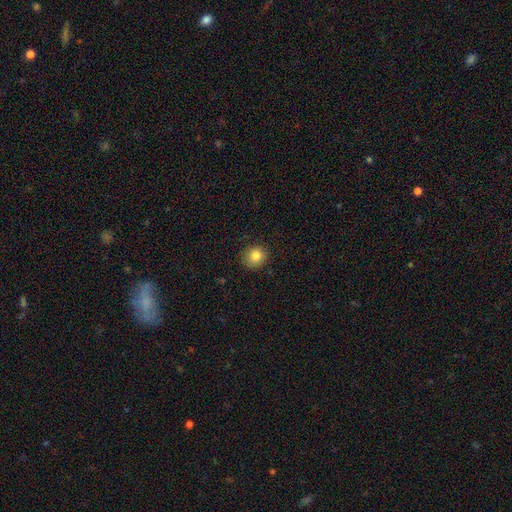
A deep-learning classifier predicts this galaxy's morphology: Smooth or featured: smooth — 84% (star or artifact — 10%)
How rounded: round — 87% (in between — 12%)
Merging: none — 86% (minor disturbance — 10%)